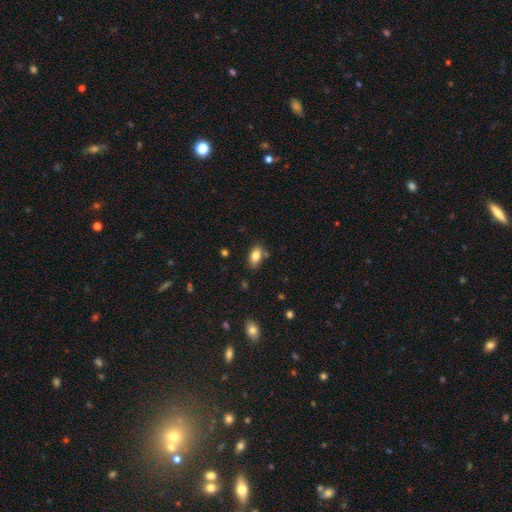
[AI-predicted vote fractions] smooth_or_featured: smooth (p=0.82) [alt: featured or disk p=0.10]
how_rounded: in between (p=0.90) [alt: round p=0.07]
merging: none (p=0.77) [alt: minor disturbance p=0.14]